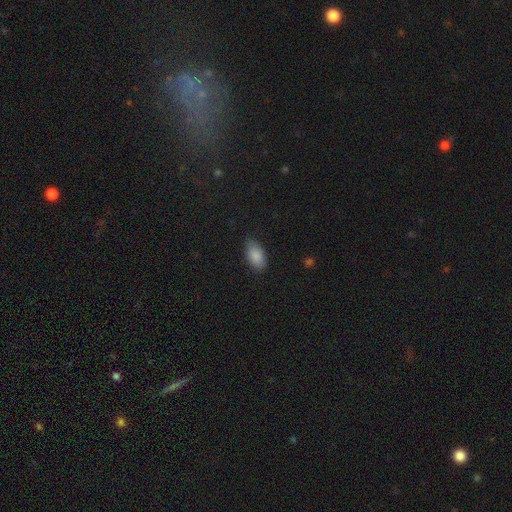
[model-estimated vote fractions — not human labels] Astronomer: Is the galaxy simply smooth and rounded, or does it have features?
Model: smooth — 88%.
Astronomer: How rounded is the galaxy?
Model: in between — 93%.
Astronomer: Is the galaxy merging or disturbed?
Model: none — 80%.